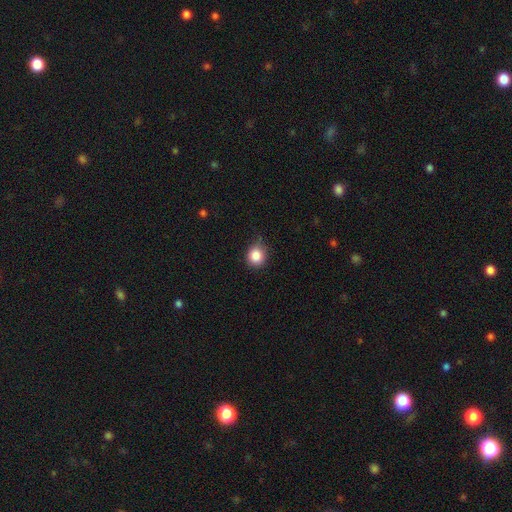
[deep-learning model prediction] Smooth or featured?
  - smooth: 84% *
  - star or artifact: 10%
  - featured or disk: 5%
How rounded?
  - round: 83% *
  - in between: 16%
  - cigar-shaped: 1%
Merging?
  - none: 67% *
  - minor disturbance: 27%
  - major disturbance: 5%
  - merger: 2%